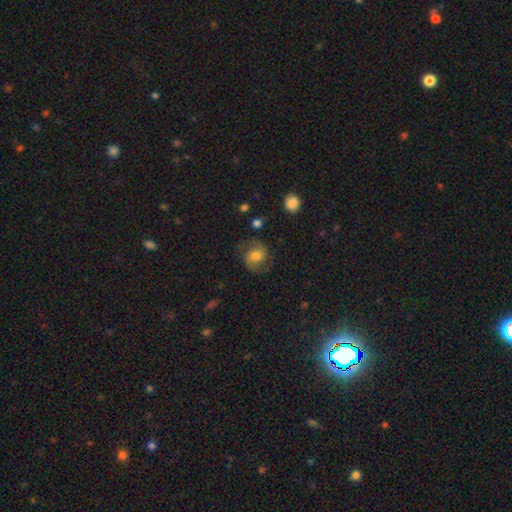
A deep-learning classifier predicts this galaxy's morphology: smooth-or-featured: featured or disk: 59% | smooth: 31% | star or artifact: 9%
  disk-edge-on: no: 97% | yes: 3%
    bar: no: 57% | weak: 35% | strong: 9%
    has-spiral-arms: yes: 91% | no: 9%
      spiral-winding: medium: 53% | loose: 27% | tight: 20%
      spiral-arm-count: 2: 89% | can't tell: 5% | 1: 3% | 3: 1% | 4: 1% | more than 4: 1%
    bulge-size: moderate: 58% | small: 24% | large: 13% | none: 3% | dominant: 2%
  merging: none: 72% | minor disturbance: 17% | major disturbance: 9% | merger: 2%